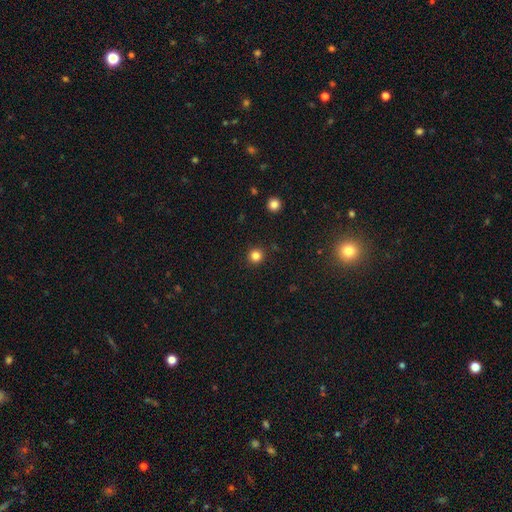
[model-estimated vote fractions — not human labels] smooth 82%, star or artifact 14%, featured or disk 4%. Down the decision tree: how rounded — round (95%); merging — none (92%).